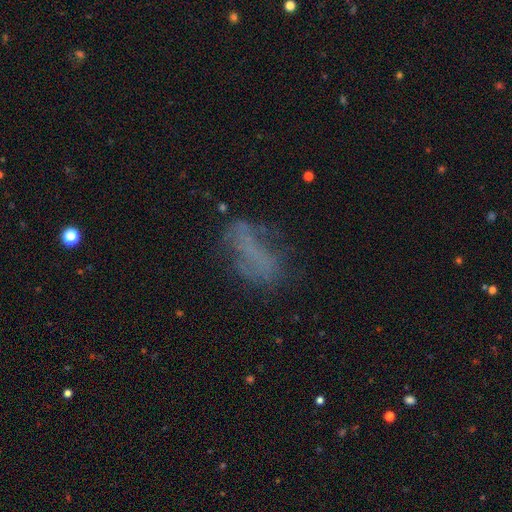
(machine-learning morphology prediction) A smooth galaxy with no disk features (45%).

Vote fractions:
- Smooth or featured? smooth: 45% / featured or disk: 32% / star or artifact: 22%
- Merging? none: 57% / minor disturbance: 22% / major disturbance: 18% / merger: 3%